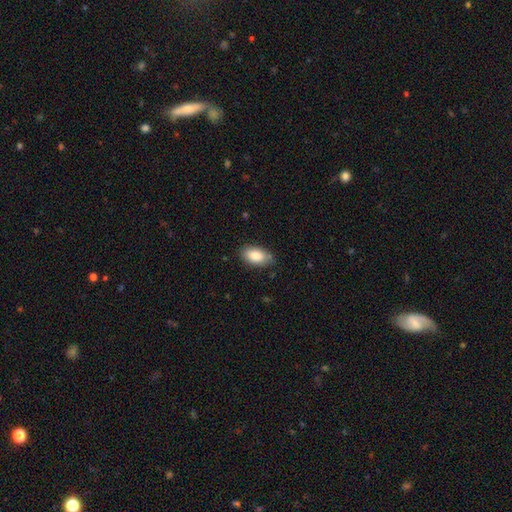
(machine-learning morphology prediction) Overall: smooth (87%). How rounded: in between (93%). Merging: none (78%).